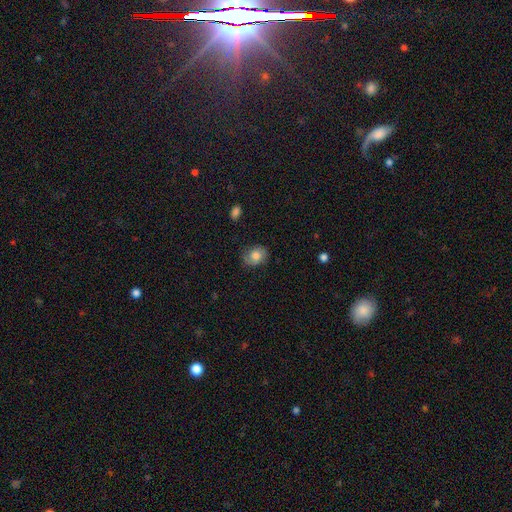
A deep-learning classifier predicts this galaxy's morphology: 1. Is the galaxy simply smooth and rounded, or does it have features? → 73% smooth, 19% featured or disk, 9% star or artifact.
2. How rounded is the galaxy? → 56% in between, 43% round, 1% cigar-shaped.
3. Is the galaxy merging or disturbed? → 73% none, 20% minor disturbance, 6% major disturbance, 1% merger.